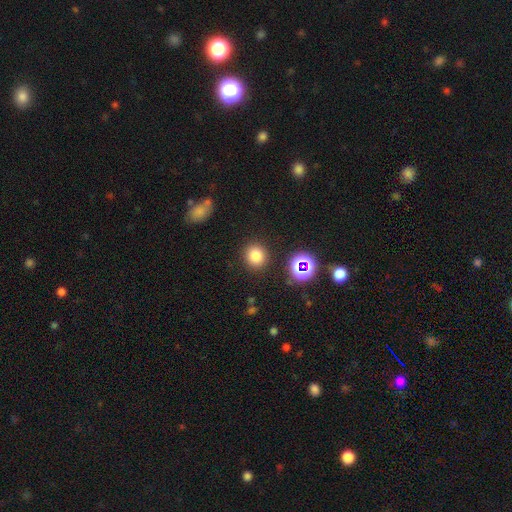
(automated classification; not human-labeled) Q: Smooth or featured?
A: smooth (78%); runner-up: star or artifact (15%)
Q: How rounded?
A: round (87%); runner-up: in between (12%)
Q: Merging?
A: none (88%); runner-up: minor disturbance (7%)